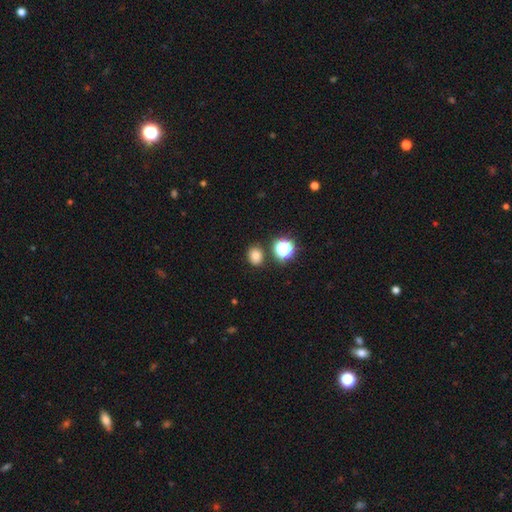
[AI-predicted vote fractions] A smooth galaxy with no disk features (77%) that is round (58%). Merging: none (82%).